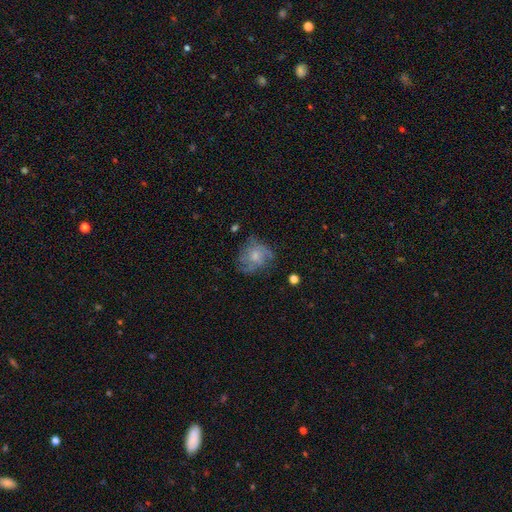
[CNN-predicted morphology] type=smooth (45%); merging=none (59%).